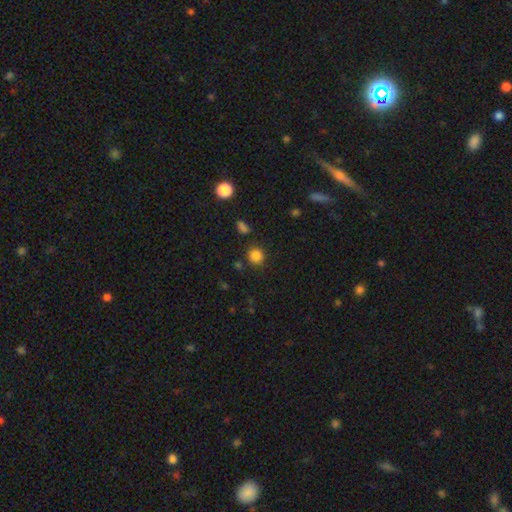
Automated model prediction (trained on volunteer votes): Morphology: type=smooth (84%); roundness=round (90%); merging=none (84%).